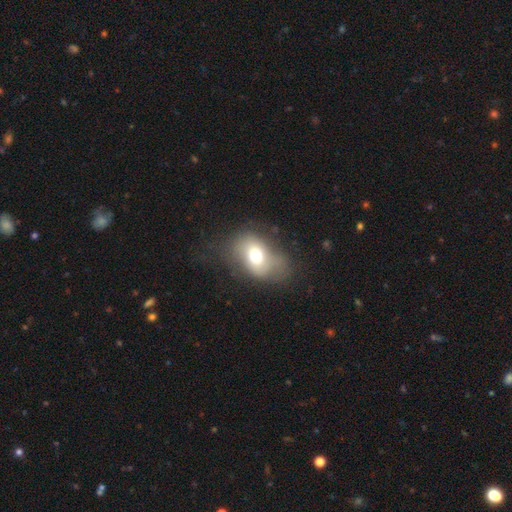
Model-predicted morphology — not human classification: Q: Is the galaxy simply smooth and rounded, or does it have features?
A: smooth — 67%.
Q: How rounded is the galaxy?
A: in between — 77%.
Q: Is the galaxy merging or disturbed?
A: none — 49%.